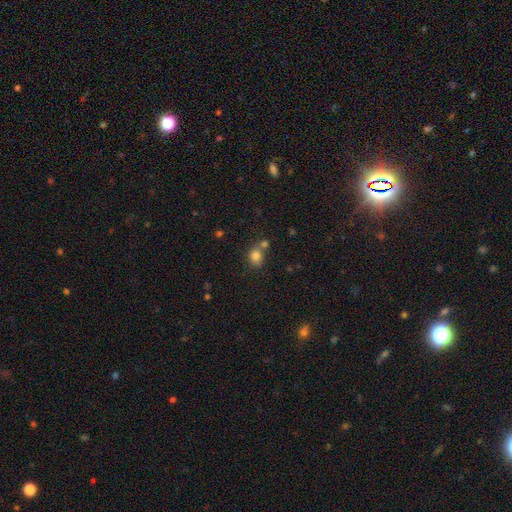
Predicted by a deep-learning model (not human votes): Smooth or featured? smooth (80%)
How rounded? round (68%)
Merging? none (51%)